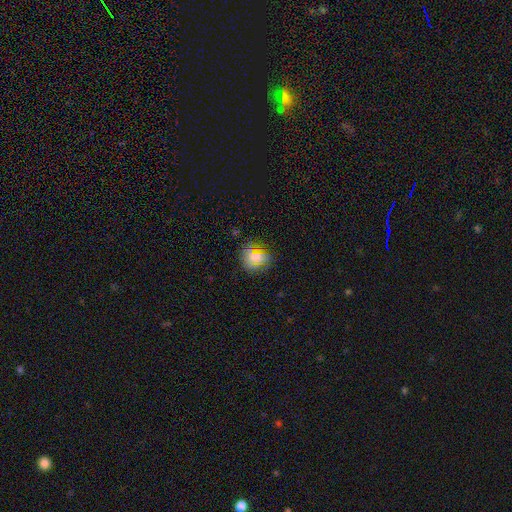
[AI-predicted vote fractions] The model was most divided on "smooth or featured": smooth: 69%, star or artifact: 20%, featured or disk: 11%. More confident: merging — none (82%); how rounded — round (79%).